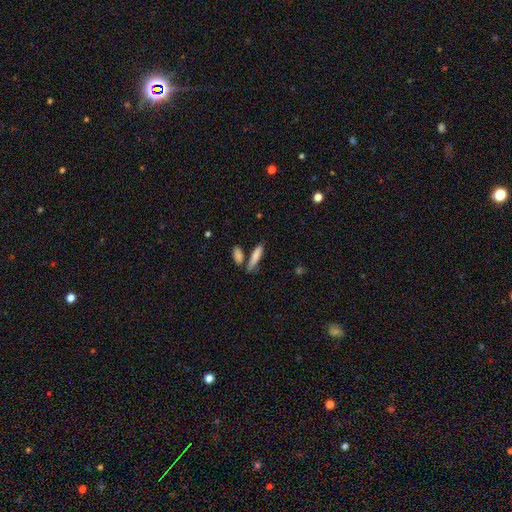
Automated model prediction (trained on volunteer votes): Q: Smooth or featured?
A: smooth (83%); runner-up: featured or disk (11%)
Q: How rounded?
A: cigar-shaped (75%); runner-up: in between (23%)
Q: Merging?
A: none (68%); runner-up: merger (17%)